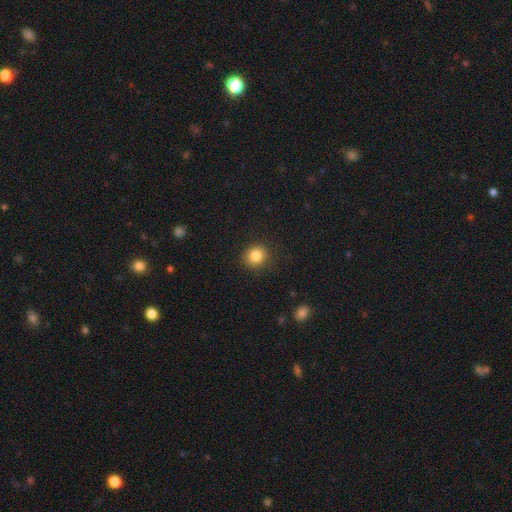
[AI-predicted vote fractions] This is clearly a smooth galaxy (84%). How rounded: clearly round (83%). Merging: clearly none (89%).